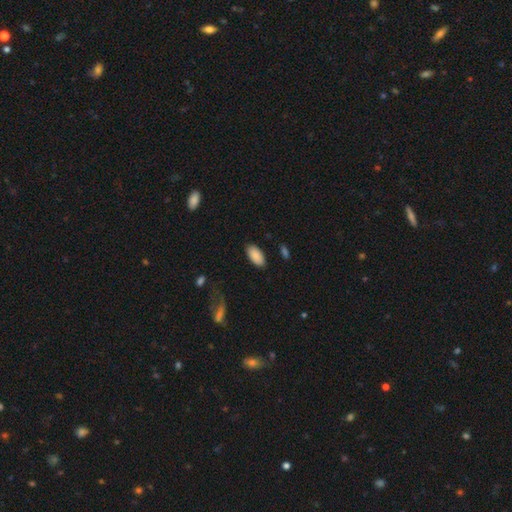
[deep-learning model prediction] Smooth or featured?
  - smooth: 89% *
  - star or artifact: 6%
  - featured or disk: 4%
How rounded?
  - in between: 94% *
  - cigar-shaped: 4%
  - round: 2%
Merging?
  - none: 86% *
  - minor disturbance: 10%
  - major disturbance: 3%
  - merger: 2%